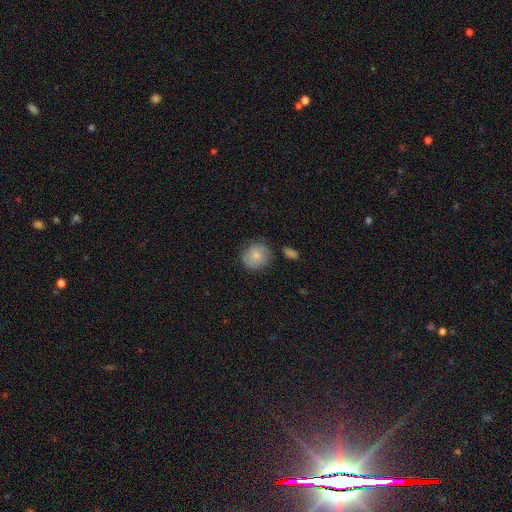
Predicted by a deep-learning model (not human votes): Overall: smooth (70%). How rounded: round (86%). Merging: none (72%).